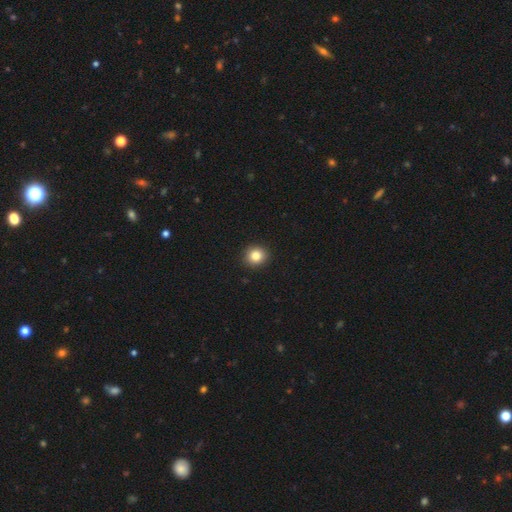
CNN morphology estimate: Smooth or featured?
  - smooth: 84% *
  - star or artifact: 11%
  - featured or disk: 5%
How rounded?
  - round: 89% *
  - in between: 10%
  - cigar-shaped: 1%
Merging?
  - none: 93% *
  - minor disturbance: 5%
  - major disturbance: 2%
  - merger: 1%